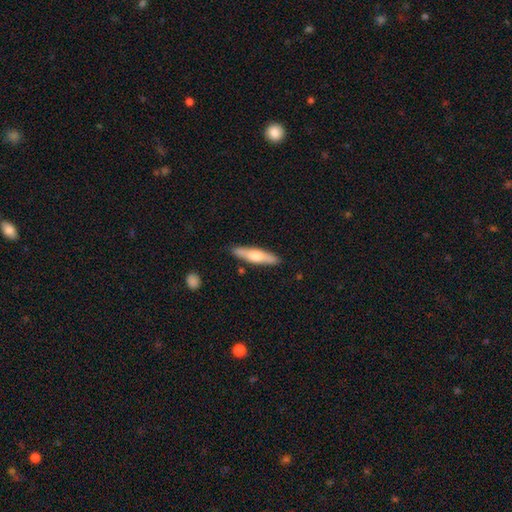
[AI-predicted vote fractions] The model was most divided on "smooth or featured": smooth: 53%, featured or disk: 42%, star or artifact: 5%. More confident: merging — none (87%); how rounded — cigar-shaped (79%).